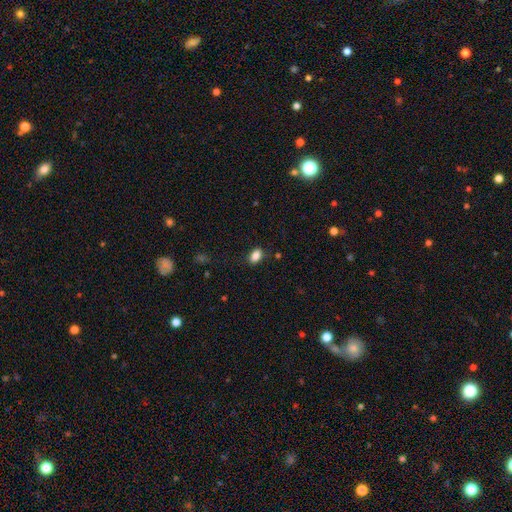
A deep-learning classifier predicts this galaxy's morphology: This is clearly a smooth galaxy (86%). How rounded: clearly in between (87%). Merging: clearly none (83%).